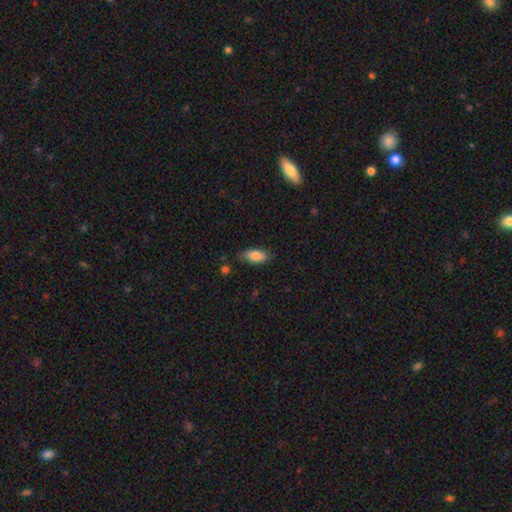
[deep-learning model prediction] A smooth galaxy with no disk features (85%) that is in between round and cigar-shaped (86%). Merging: none (75%).